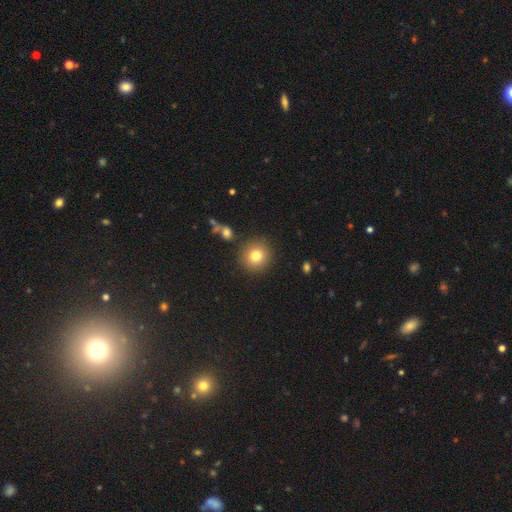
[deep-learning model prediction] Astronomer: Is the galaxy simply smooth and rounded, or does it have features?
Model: smooth — 79%.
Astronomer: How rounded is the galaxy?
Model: round — 90%.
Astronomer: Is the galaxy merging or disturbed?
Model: none — 87%.